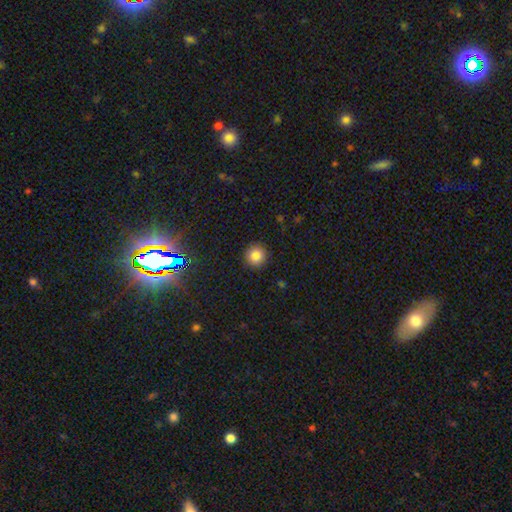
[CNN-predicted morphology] smooth_or_featured: smooth (p=0.84) [alt: star or artifact p=0.11]
how_rounded: round (p=0.94) [alt: in between p=0.05]
merging: none (p=0.91) [alt: minor disturbance p=0.06]